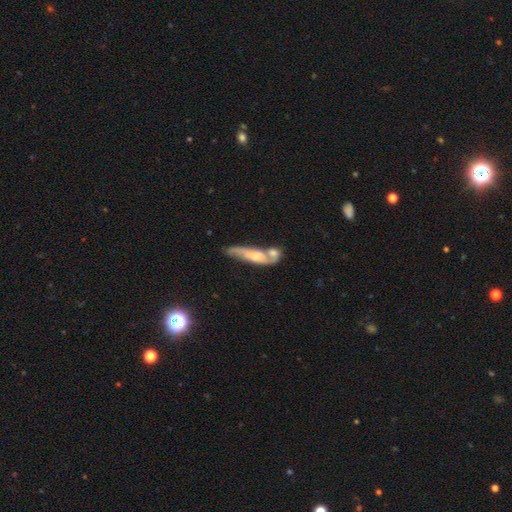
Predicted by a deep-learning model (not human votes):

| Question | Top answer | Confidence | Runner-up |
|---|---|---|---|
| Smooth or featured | featured or disk | 49% | smooth (44%) |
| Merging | merger | 48% | none (25%) |